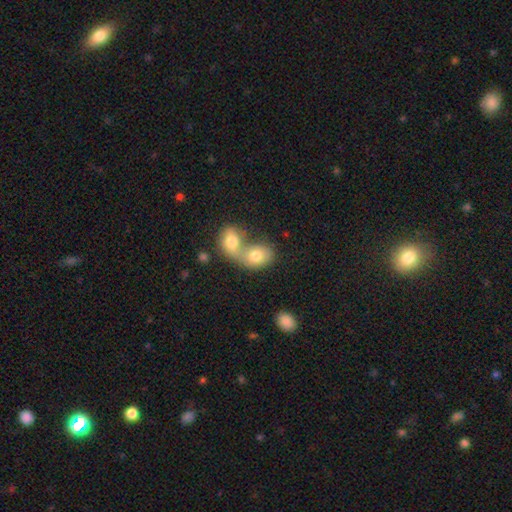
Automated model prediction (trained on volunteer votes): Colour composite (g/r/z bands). It shows a smooth galaxy with no disk features (75%) that is in between round and cigar-shaped (61%). Merging: merger (73%).